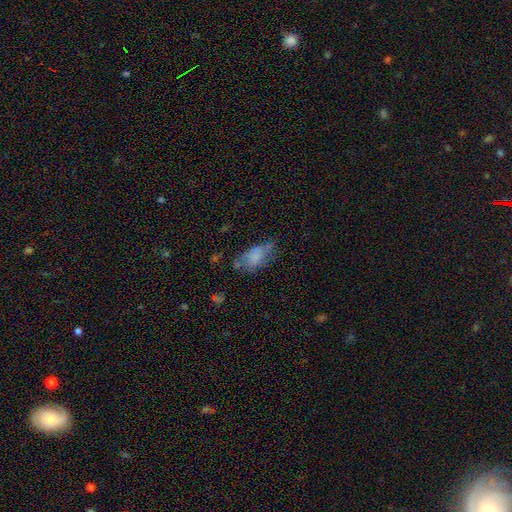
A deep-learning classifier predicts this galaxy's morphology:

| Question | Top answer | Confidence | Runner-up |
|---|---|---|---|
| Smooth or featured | smooth | 60% | featured or disk (29%) |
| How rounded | in between | 89% | cigar-shaped (7%) |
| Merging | none | 40% | minor disturbance (32%) |